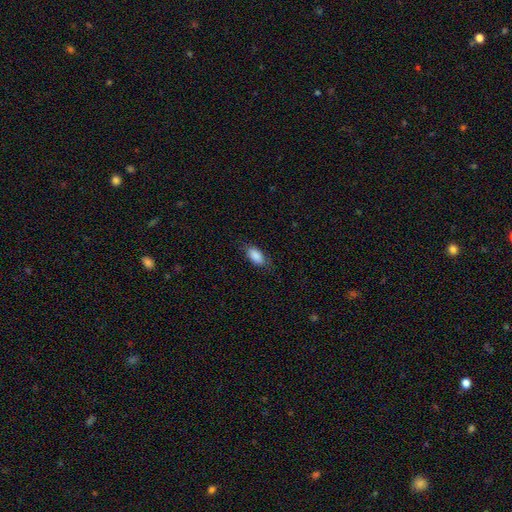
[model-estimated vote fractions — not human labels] The model was most divided on "merging": none: 79%, minor disturbance: 16%, major disturbance: 4%, merger: 1%. More confident: how rounded — in between (90%); smooth or featured — smooth (88%).